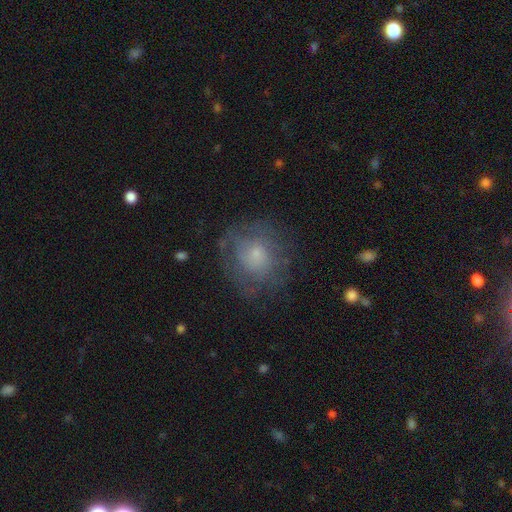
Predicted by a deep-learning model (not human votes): A smooth galaxy with no disk features (52%) that is round (83%).

Vote fractions:
- Smooth or featured? smooth: 52% / featured or disk: 37% / star or artifact: 11%
- How rounded? round: 83% / in between: 16% / cigar-shaped: 1%
- Merging? none: 66% / minor disturbance: 19% / major disturbance: 14% / merger: 1%